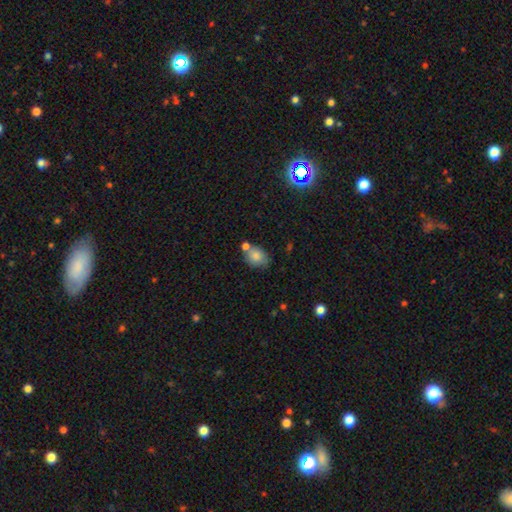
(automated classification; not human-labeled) This is clearly a smooth galaxy (82%). How rounded: possibly in between (58%). Merging: possibly none (55%).